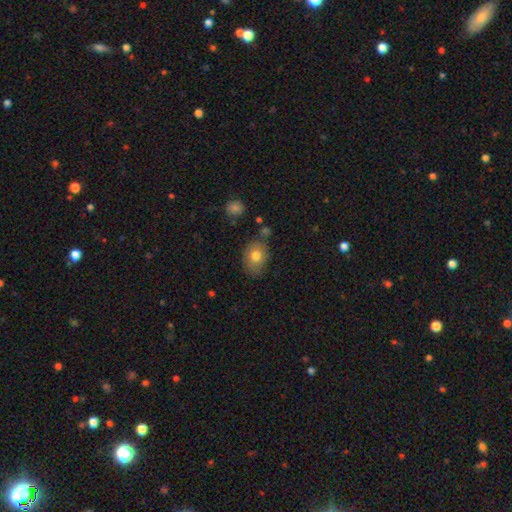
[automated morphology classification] smooth-or-featured: smooth: 77% | featured or disk: 14% | star or artifact: 9%
  how-rounded: in between: 66% | round: 33% | cigar-shaped: 1%
  merging: none: 72% | minor disturbance: 19% | merger: 5% | major disturbance: 4%